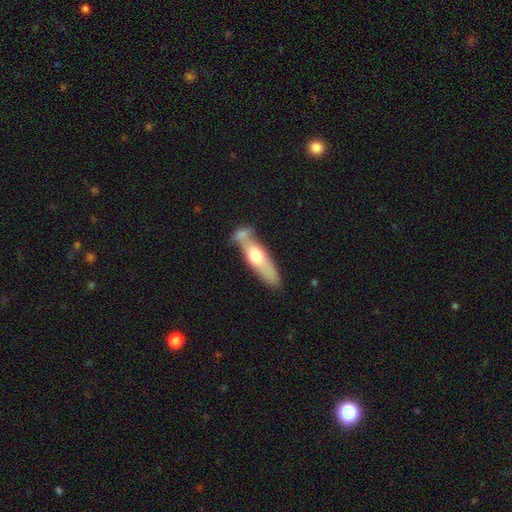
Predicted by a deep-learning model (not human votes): This is possibly a smooth galaxy (53%). How rounded: likely cigar-shaped (64%). Merging: possibly none (53%).